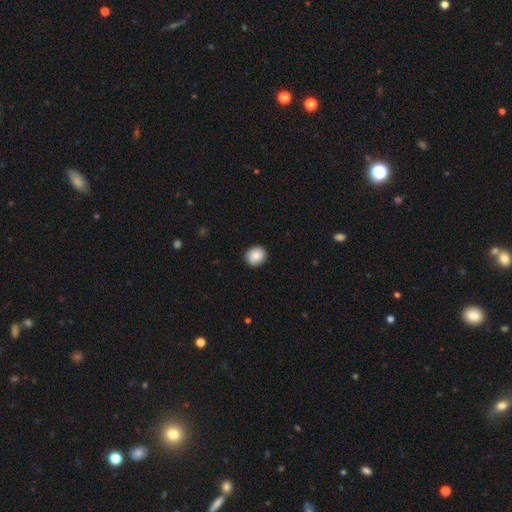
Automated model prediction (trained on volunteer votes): This is clearly a smooth galaxy (88%). How rounded: likely round (74%). Merging: clearly none (91%).